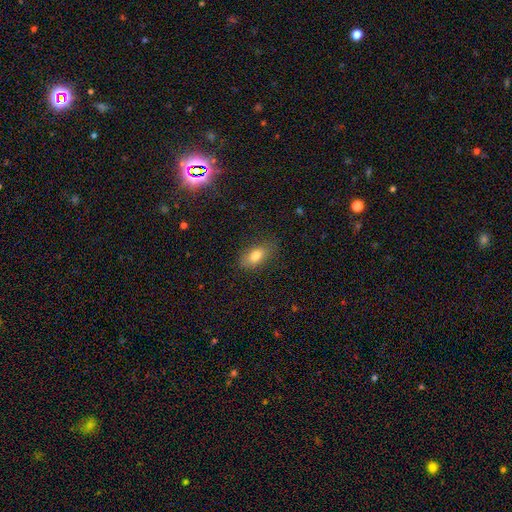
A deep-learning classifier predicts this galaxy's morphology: This is likely a smooth galaxy (79%). How rounded: clearly in between (87%). Merging: clearly none (81%).